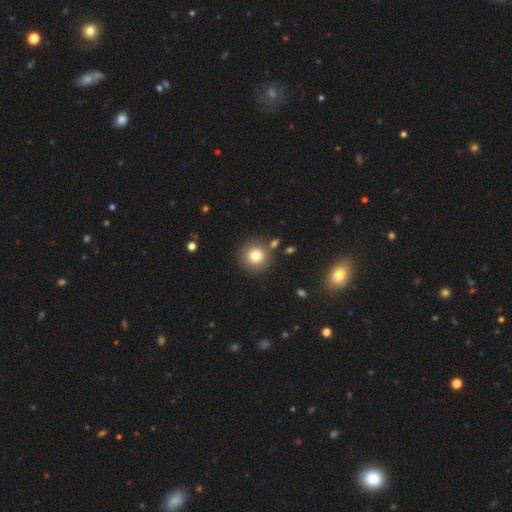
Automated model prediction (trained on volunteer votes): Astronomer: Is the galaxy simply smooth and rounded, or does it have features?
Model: smooth — 78%.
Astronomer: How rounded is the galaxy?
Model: round — 93%.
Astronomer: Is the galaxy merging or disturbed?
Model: none — 83%.